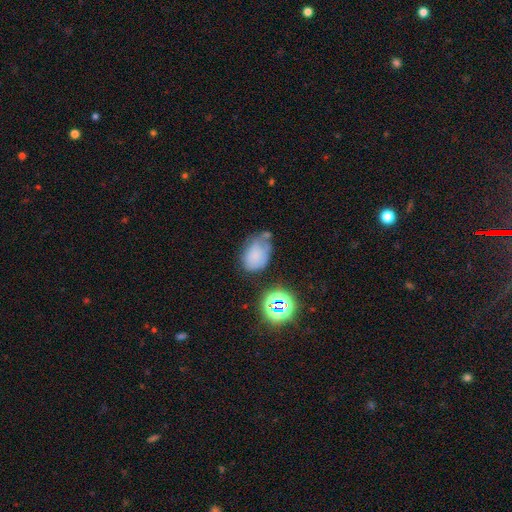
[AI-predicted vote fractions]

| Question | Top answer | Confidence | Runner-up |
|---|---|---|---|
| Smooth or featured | smooth | 67% | star or artifact (19%) |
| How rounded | in between | 76% | round (22%) |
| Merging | none | 44% | minor disturbance (33%) |